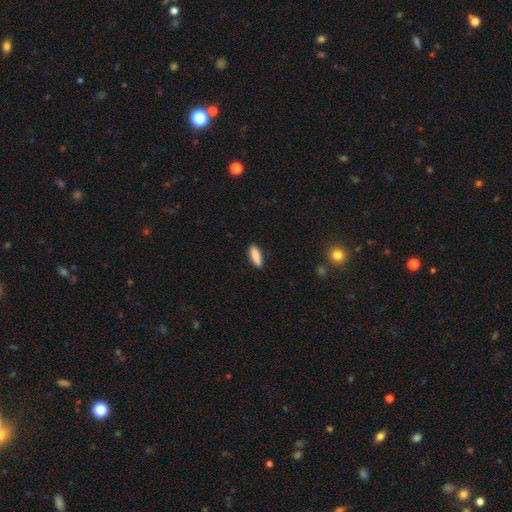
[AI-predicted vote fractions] A smooth galaxy with no disk features (87%) that is in between round and cigar-shaped (52%). Merging: none (84%).